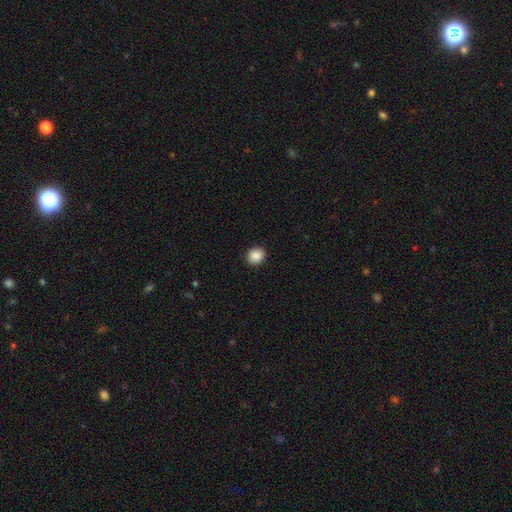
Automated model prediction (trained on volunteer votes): smooth-or-featured: smooth: 89% | star or artifact: 8% | featured or disk: 2%
  how-rounded: round: 70% | in between: 29% | cigar-shaped: 1%
  merging: none: 92% | minor disturbance: 6% | major disturbance: 2% | merger: 1%